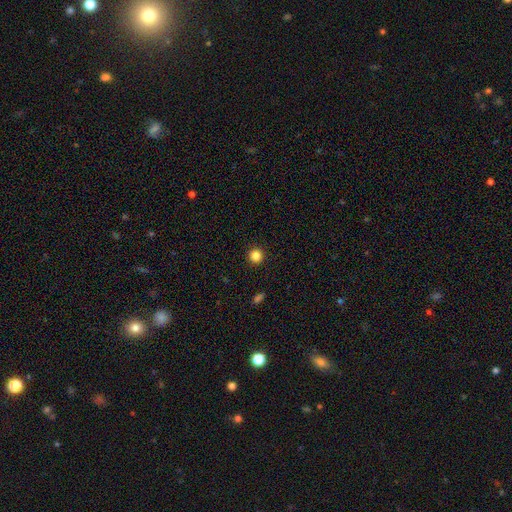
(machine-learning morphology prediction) A smooth galaxy with no disk features (85%) that is round (95%).

Vote fractions:
- Smooth or featured? smooth: 85% / star or artifact: 12% / featured or disk: 4%
- How rounded? round: 95% / in between: 4% / cigar-shaped: 1%
- Merging? none: 93% / minor disturbance: 4% / major disturbance: 2% / merger: 1%